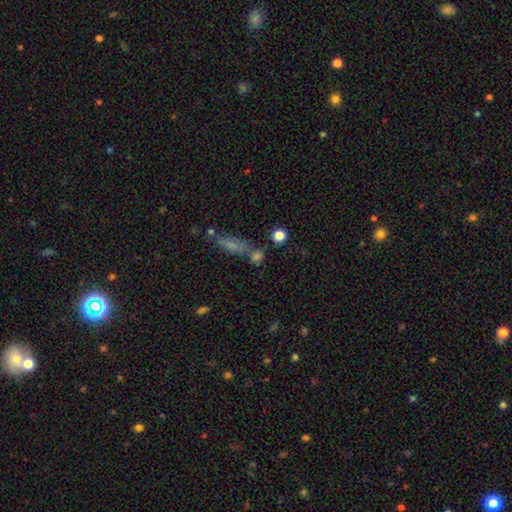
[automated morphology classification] Smooth or featured? smooth (64%)
How rounded? cigar-shaped (44%)
Merging? none (59%)